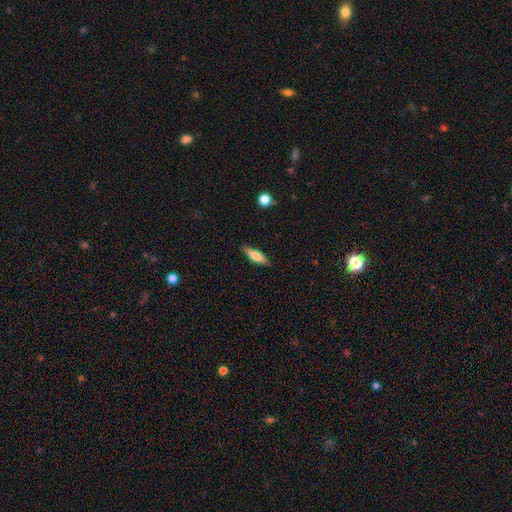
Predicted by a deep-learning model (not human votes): Smooth or featured? Predicted: smooth (p=0.57). How rounded? Predicted: cigar-shaped (p=0.64). Merging? Predicted: none (p=0.87).